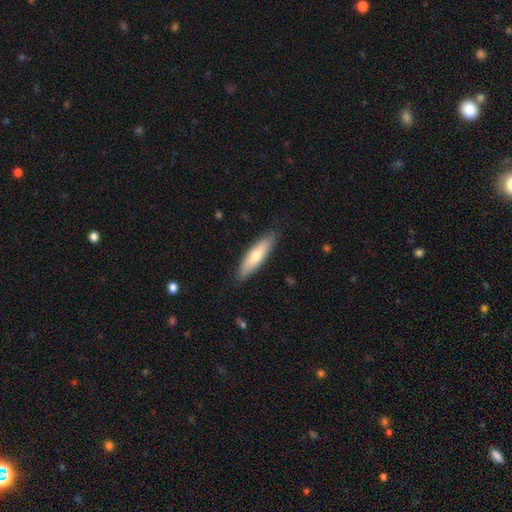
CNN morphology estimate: smooth-or-featured: smooth: 68% | featured or disk: 27% | star or artifact: 5%
  how-rounded: cigar-shaped: 67% | in between: 31% | round: 2%
  merging: none: 87% | minor disturbance: 10% | major disturbance: 2% | merger: 1%